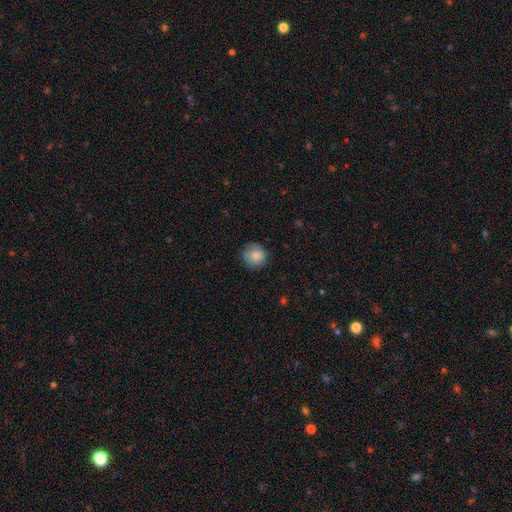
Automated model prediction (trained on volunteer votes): smooth_or_featured: smooth (p=0.82) [alt: featured or disk p=0.10]
how_rounded: round (p=0.91) [alt: in between p=0.08]
merging: none (p=0.78) [alt: minor disturbance p=0.18]